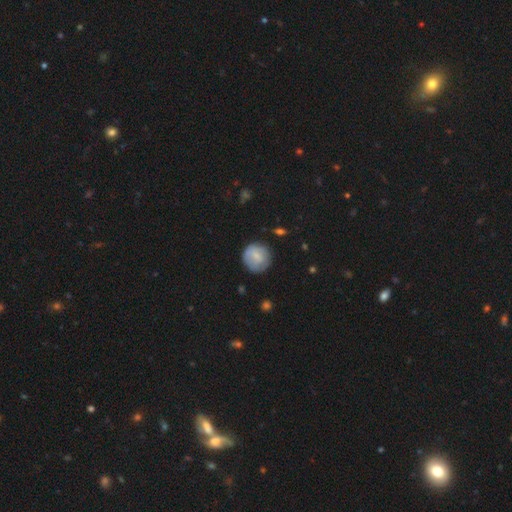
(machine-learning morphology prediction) This is likely a smooth galaxy (73%). How rounded: clearly round (91%). Merging: likely none (74%).